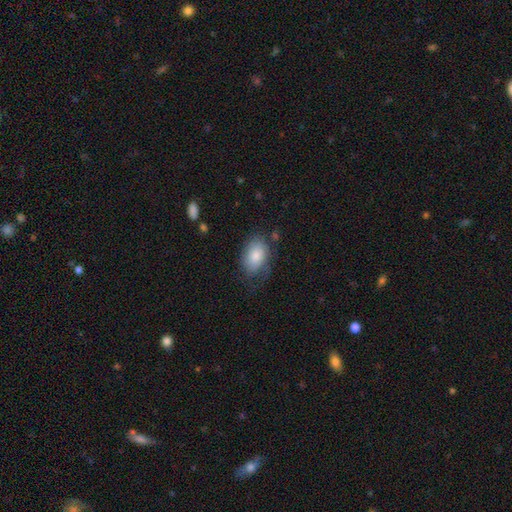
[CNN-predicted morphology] Smooth or featured?
  - smooth: 77% *
  - featured or disk: 17%
  - star or artifact: 7%
How rounded?
  - in between: 88% *
  - round: 11%
  - cigar-shaped: 1%
Merging?
  - none: 56% *
  - minor disturbance: 26%
  - major disturbance: 16%
  - merger: 2%